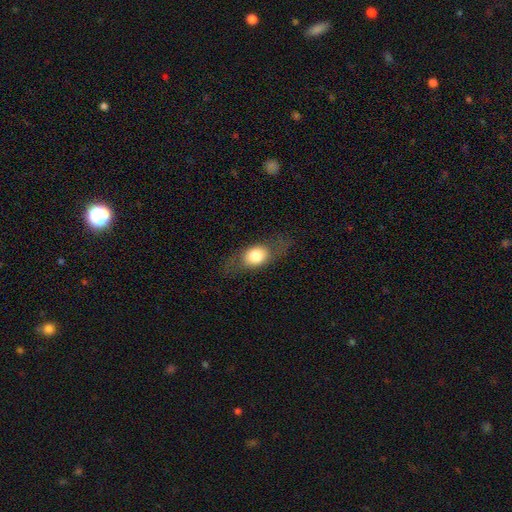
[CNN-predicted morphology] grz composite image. It shows a smooth galaxy with no disk features (67%) that is in between round and cigar-shaped (63%). Merging: none (74%).